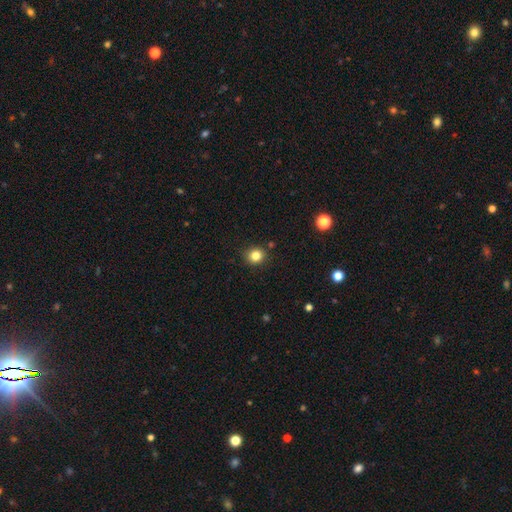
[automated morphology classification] A smooth galaxy with no disk features (82%) that is round (85%). Merging: none (88%).